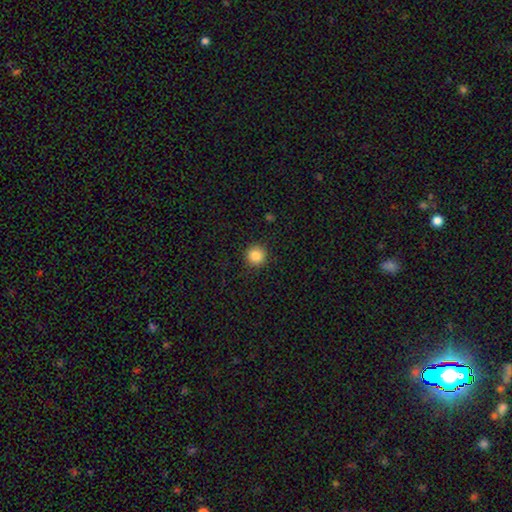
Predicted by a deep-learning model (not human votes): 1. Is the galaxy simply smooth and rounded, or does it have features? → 85% smooth, 11% star or artifact, 5% featured or disk.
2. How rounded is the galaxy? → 95% round, 4% in between, 1% cigar-shaped.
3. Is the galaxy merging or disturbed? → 91% none, 6% minor disturbance, 2% major disturbance, 1% merger.